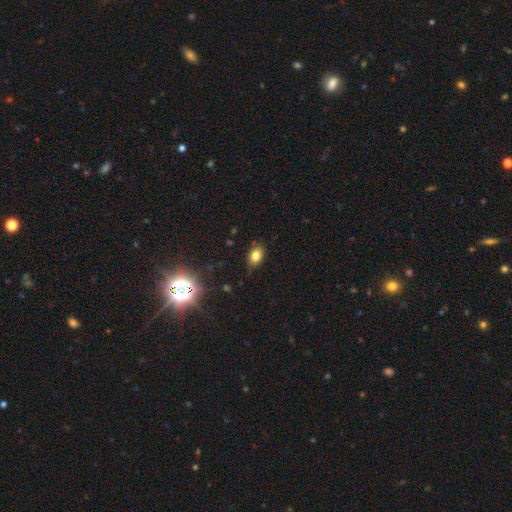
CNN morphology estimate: This appears to be a smooth galaxy with no disk features (77%) that is in between round and cigar-shaped (79%). Merging: none (81%).